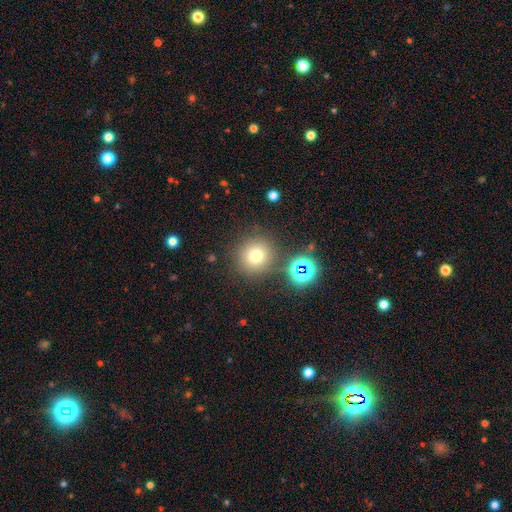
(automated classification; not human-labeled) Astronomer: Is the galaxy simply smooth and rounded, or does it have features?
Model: smooth — 71%.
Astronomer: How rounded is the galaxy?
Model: round — 94%.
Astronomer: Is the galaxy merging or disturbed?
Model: none — 82%.